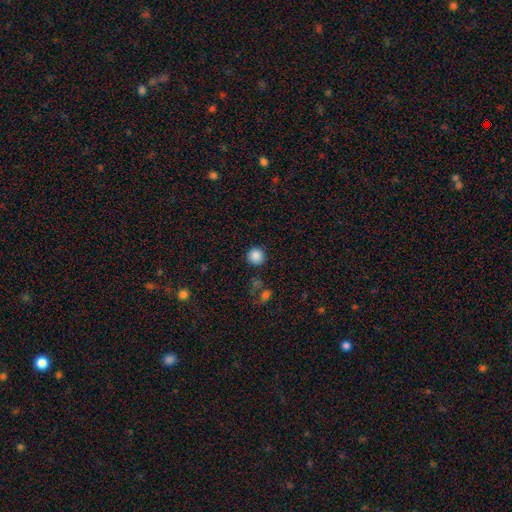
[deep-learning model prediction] smooth-or-featured: smooth: 86% | star or artifact: 10% | featured or disk: 3%
  how-rounded: round: 95% | in between: 4% | cigar-shaped: 1%
  merging: none: 89% | minor disturbance: 6% | major disturbance: 3% | merger: 2%